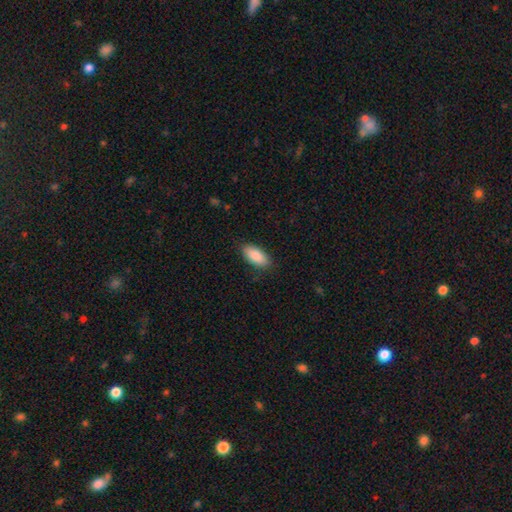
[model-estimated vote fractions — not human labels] Q: Smooth or featured?
A: smooth (88%); runner-up: star or artifact (6%)
Q: How rounded?
A: in between (90%); runner-up: cigar-shaped (8%)
Q: Merging?
A: none (84%); runner-up: minor disturbance (12%)